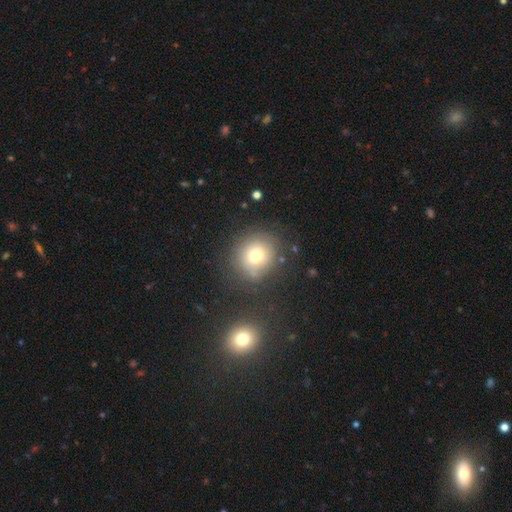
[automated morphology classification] smooth-or-featured: smooth: 73% | featured or disk: 15% | star or artifact: 13%
  how-rounded: round: 83% | in between: 16% | cigar-shaped: 1%
  merging: none: 75% | minor disturbance: 13% | merger: 6% | major disturbance: 5%